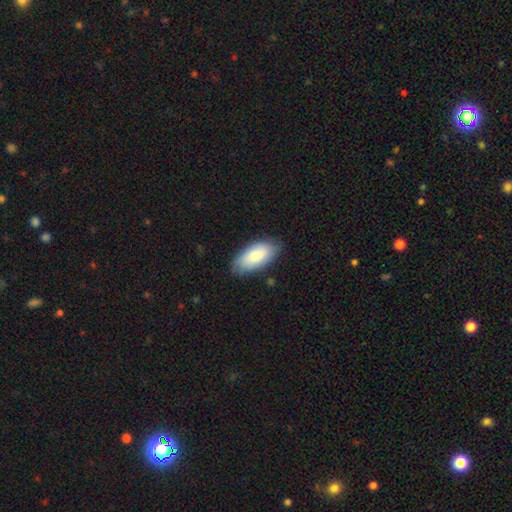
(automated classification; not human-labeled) This is clearly a smooth galaxy (81%). How rounded: clearly in between (92%). Merging: clearly none (80%).